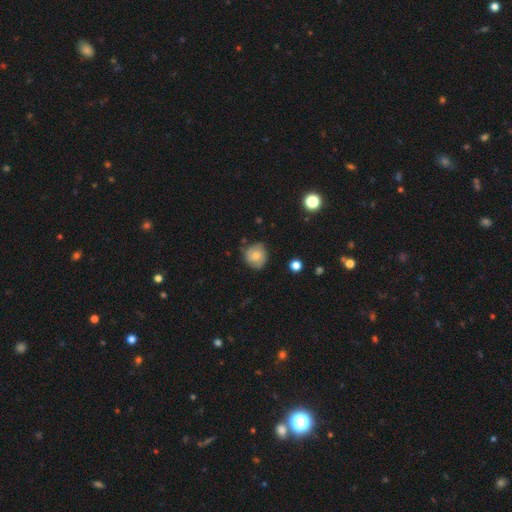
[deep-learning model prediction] Overall: smooth (60%; featured or disk 31%). How rounded: round (85%). Merging: none (73%).